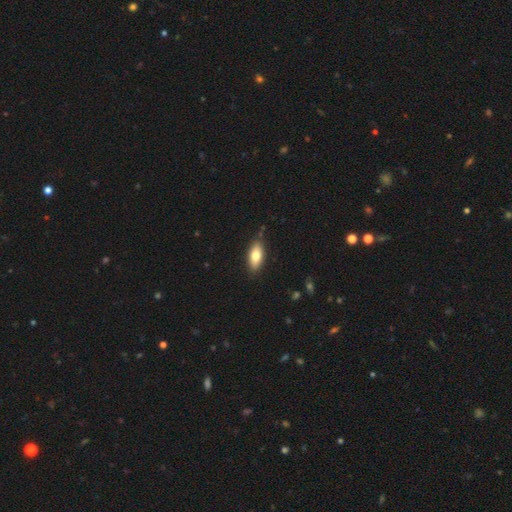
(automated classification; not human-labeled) Smooth or featured?
  - smooth: 77% *
  - featured or disk: 16%
  - star or artifact: 6%
How rounded?
  - in between: 84% *
  - cigar-shaped: 13%
  - round: 3%
Merging?
  - none: 82% *
  - minor disturbance: 13%
  - major disturbance: 2%
  - merger: 2%